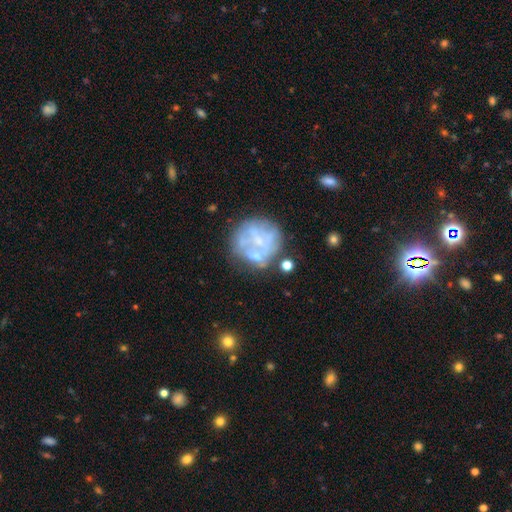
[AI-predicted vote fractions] smooth-or-featured: featured or disk: 58% | smooth: 31% | star or artifact: 11%
  disk-edge-on: no: 98% | yes: 2%
    bar: no: 86% | weak: 10% | strong: 4%
    has-spiral-arms: no: 87% | yes: 13%
    bulge-size: none: 51% | small: 24% | moderate: 20% | large: 3% | dominant: 2%
  merging: none: 50% | minor disturbance: 19% | major disturbance: 18% | merger: 14%